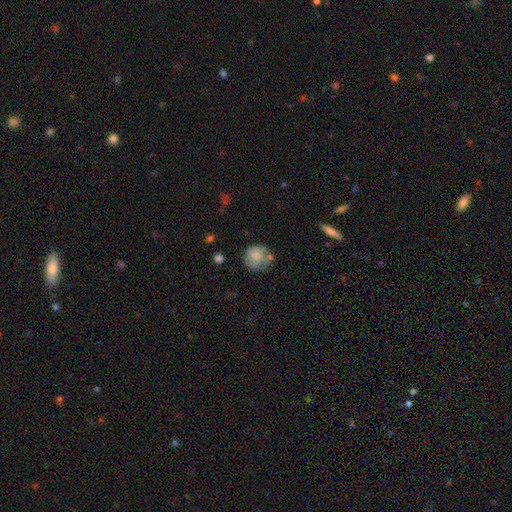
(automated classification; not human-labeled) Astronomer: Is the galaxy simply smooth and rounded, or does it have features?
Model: smooth — 75%.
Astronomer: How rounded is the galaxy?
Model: round — 87%.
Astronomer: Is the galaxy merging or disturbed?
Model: none — 57%.